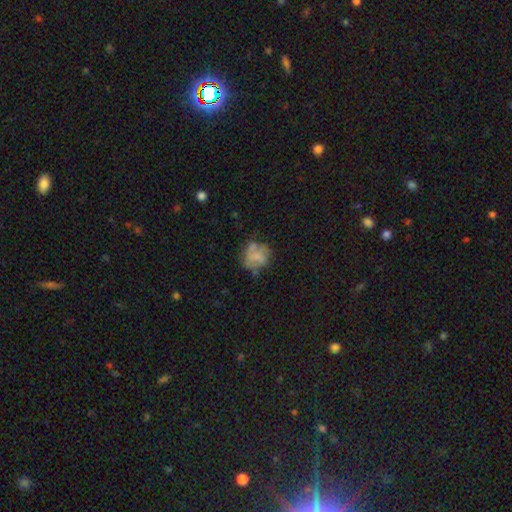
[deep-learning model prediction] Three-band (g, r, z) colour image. It shows a smooth galaxy with no disk features (47%). Merging: none (52%).